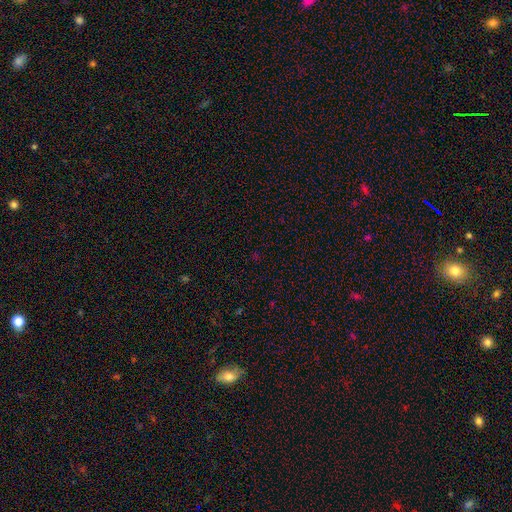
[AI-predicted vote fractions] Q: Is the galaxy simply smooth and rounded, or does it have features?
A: star or artifact — 66%.